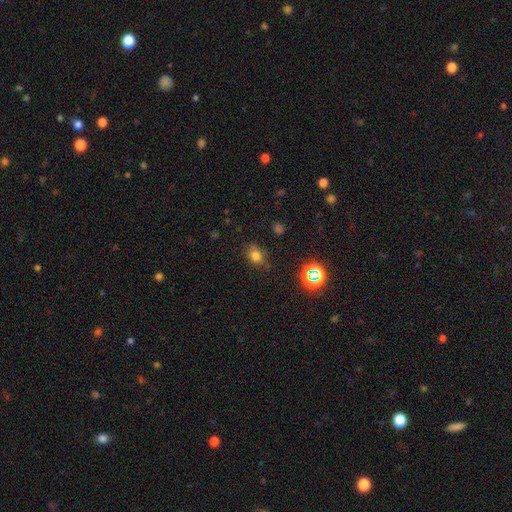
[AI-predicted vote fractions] Overall: smooth (72%). How rounded: in between (60%; round 38%). Merging: none (76%).